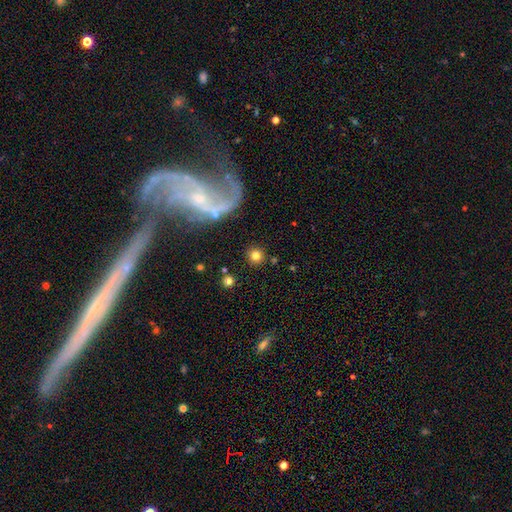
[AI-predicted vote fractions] smooth_or_featured: smooth (p=0.79) [alt: star or artifact p=0.12]
how_rounded: round (p=0.93) [alt: in between p=0.06]
merging: none (p=0.89) [alt: minor disturbance p=0.06]